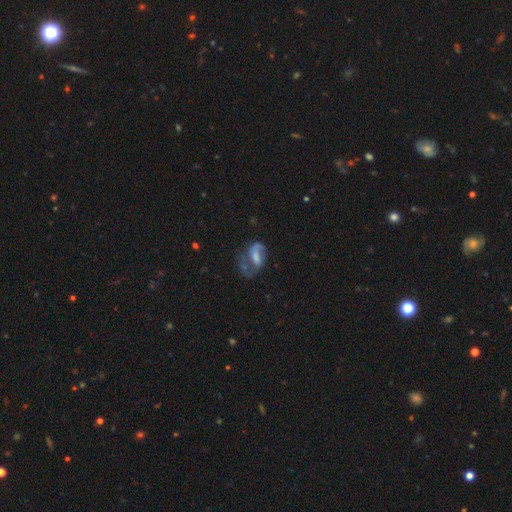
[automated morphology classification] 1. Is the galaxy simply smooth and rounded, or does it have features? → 64% featured or disk, 27% smooth, 9% star or artifact.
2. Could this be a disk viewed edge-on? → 96% no, 4% yes.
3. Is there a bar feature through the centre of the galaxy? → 45% weak, 35% no, 20% strong.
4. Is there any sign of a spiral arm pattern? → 77% yes, 23% no.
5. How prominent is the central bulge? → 36% moderate, 26% small, 22% none, 14% large, 2% dominant.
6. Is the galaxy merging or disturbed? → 38% major disturbance, 35% none, 21% minor disturbance, 6% merger.